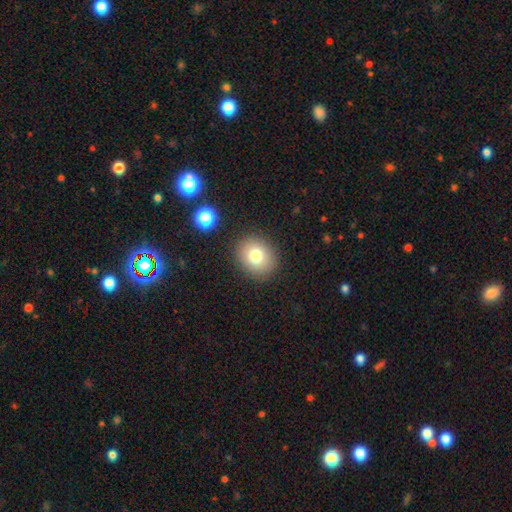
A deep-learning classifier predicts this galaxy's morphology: Smooth or featured? Predicted: smooth (p=0.77). How rounded? Predicted: round (p=0.71). Merging? Predicted: none (p=0.88).